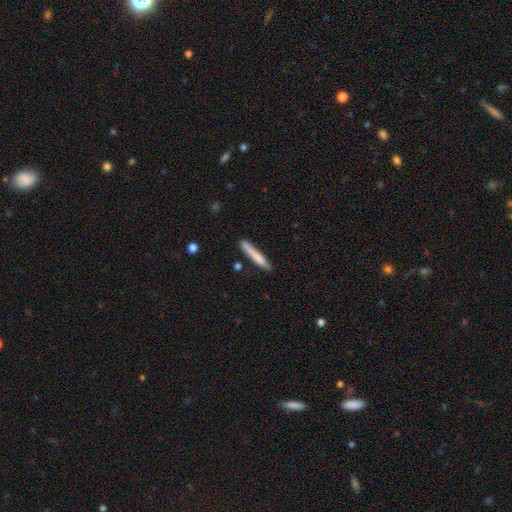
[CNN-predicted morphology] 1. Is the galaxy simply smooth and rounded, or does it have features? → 75% smooth, 20% featured or disk, 6% star or artifact.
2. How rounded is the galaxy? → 94% cigar-shaped, 5% in between, 1% round.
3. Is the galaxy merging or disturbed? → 78% none, 15% minor disturbance, 4% merger, 3% major disturbance.